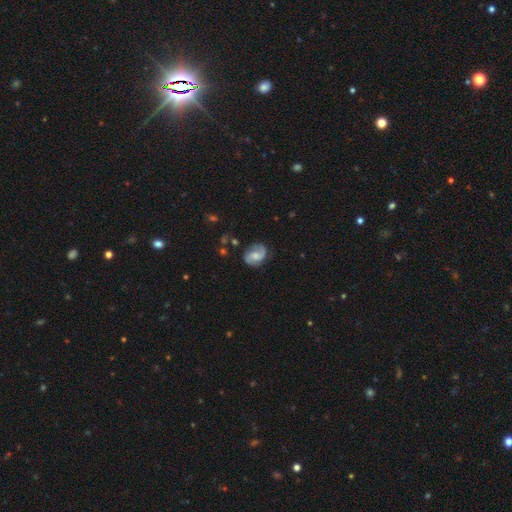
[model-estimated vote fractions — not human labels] This appears to be a featured or disk galaxy (76%) with no bar (53%), 2 (86%) medium (47%) spiral arms (95%) and a moderate central bulge (53%). Merging: none (75%).